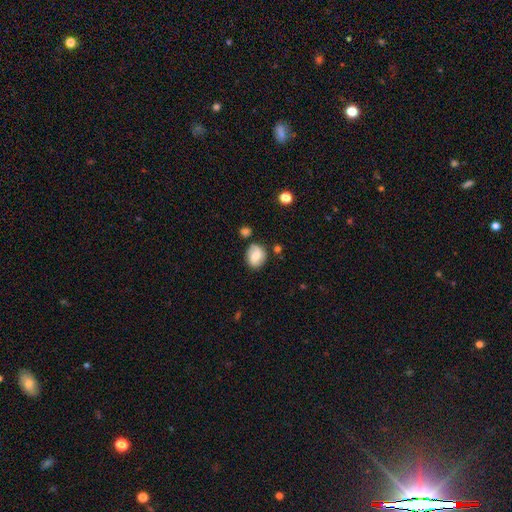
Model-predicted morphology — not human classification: Q: Smooth or featured?
A: smooth (60%); runner-up: featured or disk (32%)
Q: How rounded?
A: round (51%); runner-up: in between (48%)
Q: Merging?
A: none (71%); runner-up: minor disturbance (18%)